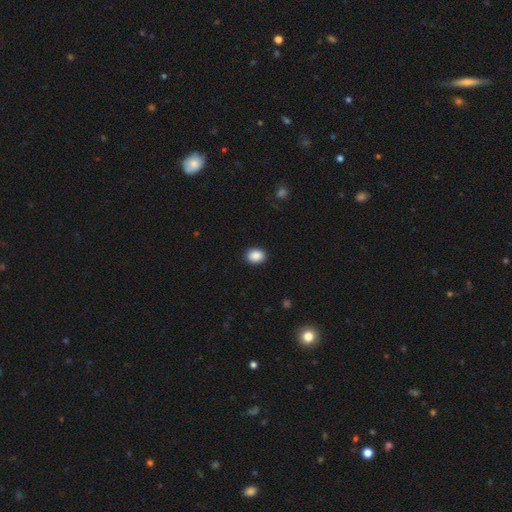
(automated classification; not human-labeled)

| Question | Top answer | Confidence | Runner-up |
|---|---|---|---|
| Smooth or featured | smooth | 89% | star or artifact (8%) |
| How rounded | in between | 57% | round (42%) |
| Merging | none | 90% | minor disturbance (7%) |